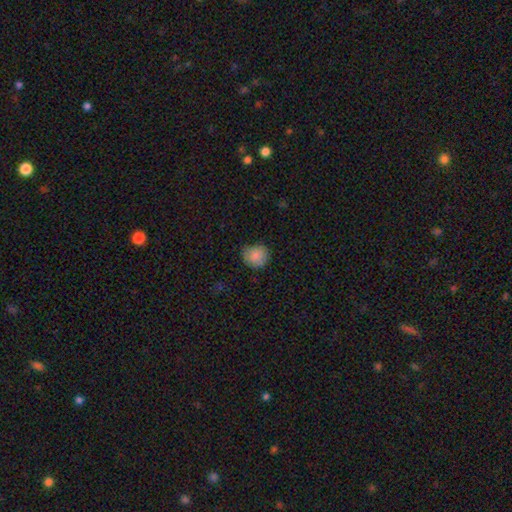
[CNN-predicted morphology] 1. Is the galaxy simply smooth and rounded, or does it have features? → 83% smooth, 9% featured or disk, 8% star or artifact.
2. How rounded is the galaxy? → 84% round, 15% in between, 1% cigar-shaped.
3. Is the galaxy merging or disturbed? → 70% none, 25% minor disturbance, 4% major disturbance, 1% merger.